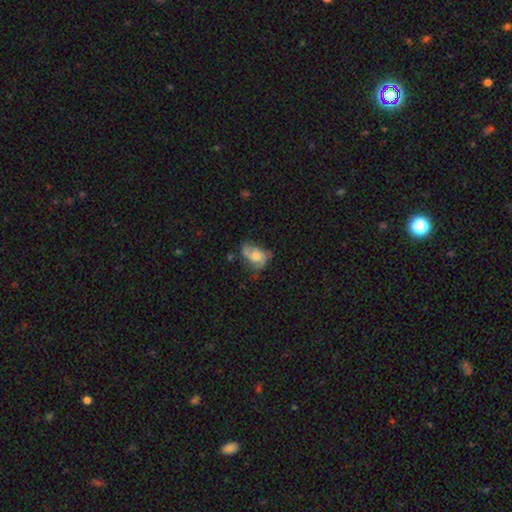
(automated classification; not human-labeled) smooth_or_featured: featured or disk (p=0.48) [alt: smooth p=0.44]
merging: none (p=0.42) [alt: minor disturbance p=0.32]